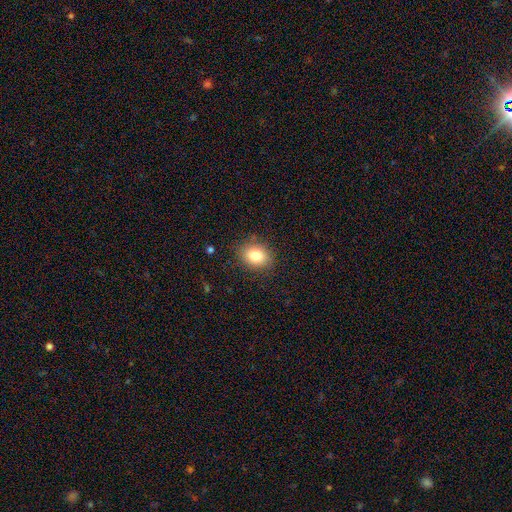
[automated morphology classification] Smooth or featured? Predicted: smooth (p=0.82). How rounded? Predicted: in between (p=0.56). Merging? Predicted: none (p=0.84).